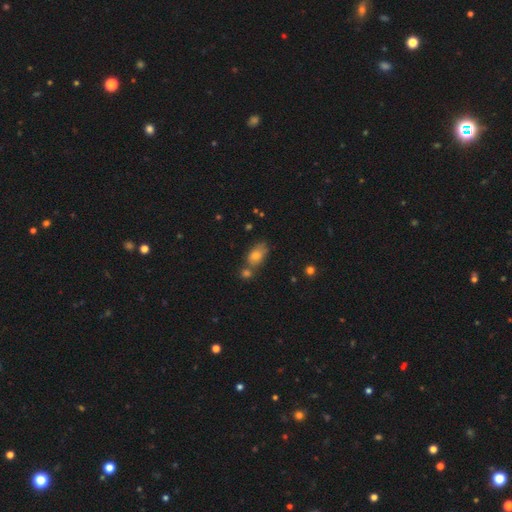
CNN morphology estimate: Smooth or featured?
  - smooth: 74% *
  - featured or disk: 14%
  - star or artifact: 13%
How rounded?
  - in between: 83% *
  - round: 14%
  - cigar-shaped: 4%
Merging?
  - none: 52% *
  - merger: 27%
  - minor disturbance: 16%
  - major disturbance: 5%